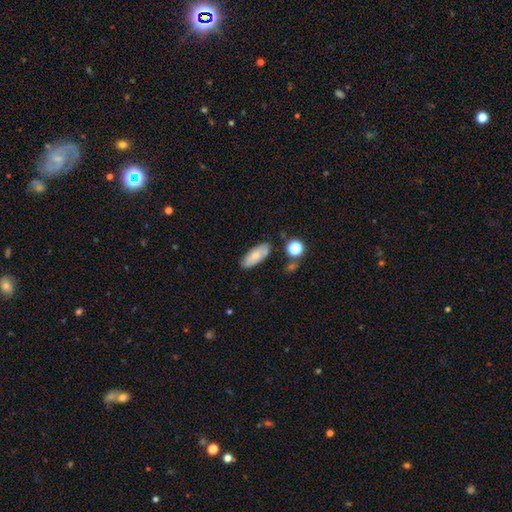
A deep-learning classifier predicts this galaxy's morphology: smooth-or-featured: smooth: 71% | featured or disk: 21% | star or artifact: 8%
  how-rounded: in between: 80% | cigar-shaped: 17% | round: 3%
  merging: none: 78% | minor disturbance: 15% | merger: 4% | major disturbance: 3%